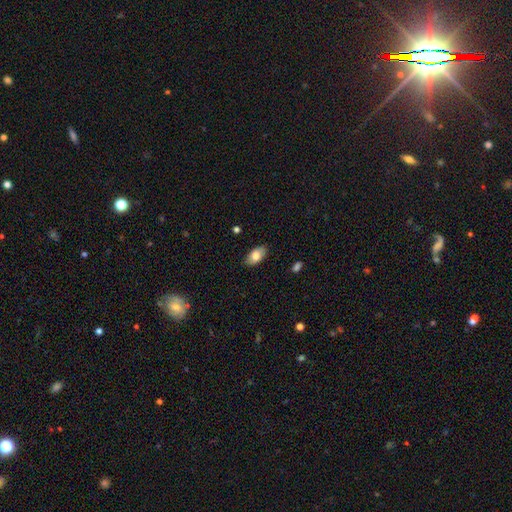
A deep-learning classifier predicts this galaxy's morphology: smooth 79%, featured or disk 14%, star or artifact 7%. Down the decision tree: how rounded — in between (94%); merging — none (87%).